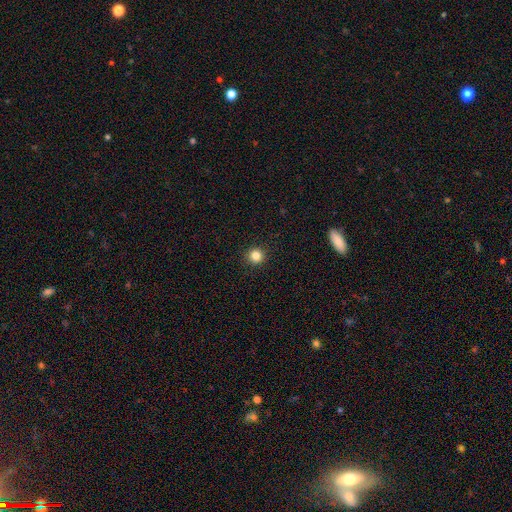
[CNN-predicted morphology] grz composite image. It shows a smooth galaxy with no disk features (83%) that is round (94%). Merging: none (92%).